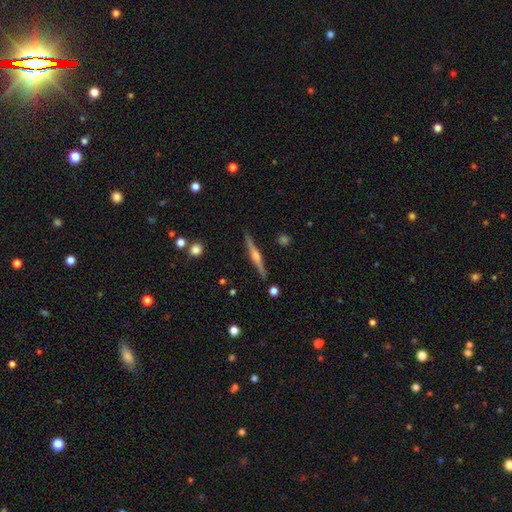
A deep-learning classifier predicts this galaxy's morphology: Q: Smooth or featured?
A: featured or disk (79%); runner-up: smooth (15%)
Q: Edge-on disk?
A: yes (98%); runner-up: no (2%)
Q: Edge-on bulge?
A: rounded (85%); runner-up: boxy (9%)
Q: Merging?
A: none (91%); runner-up: minor disturbance (6%)